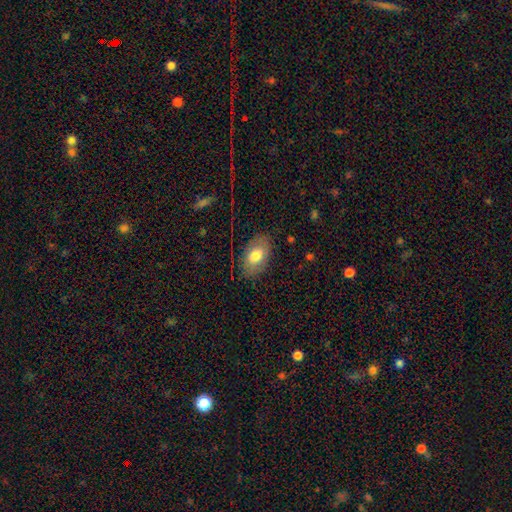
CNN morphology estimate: smooth 73%, featured or disk 19%, star or artifact 8%. Down the decision tree: how rounded — in between (90%); merging — none (79%).